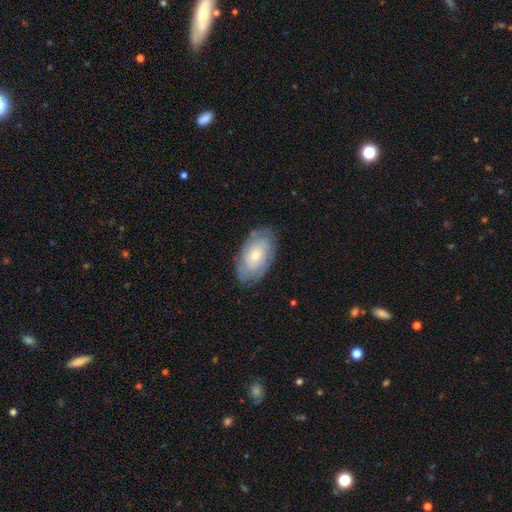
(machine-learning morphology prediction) Overall: featured or disk (57%; smooth 36%). Edge-on disk: no (93%). Bar: no (77%). Spiral arms: yes (77%). Bulge size: small (59%; moderate 36%). Merging: none (79%).